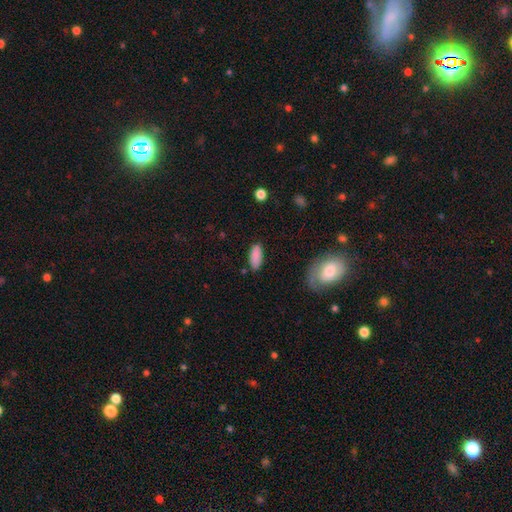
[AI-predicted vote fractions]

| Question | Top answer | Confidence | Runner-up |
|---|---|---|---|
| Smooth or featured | smooth | 88% | star or artifact (7%) |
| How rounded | in between | 85% | cigar-shaped (13%) |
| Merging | none | 82% | minor disturbance (13%) |